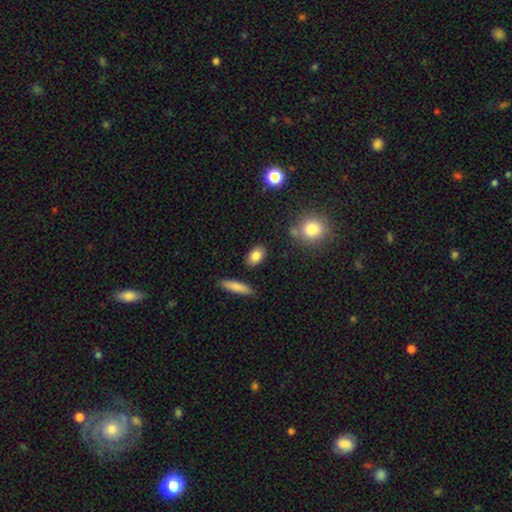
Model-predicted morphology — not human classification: Smooth or featured: smooth — 84% (featured or disk — 8%)
How rounded: in between — 82% (round — 14%)
Merging: none — 85% (minor disturbance — 9%)